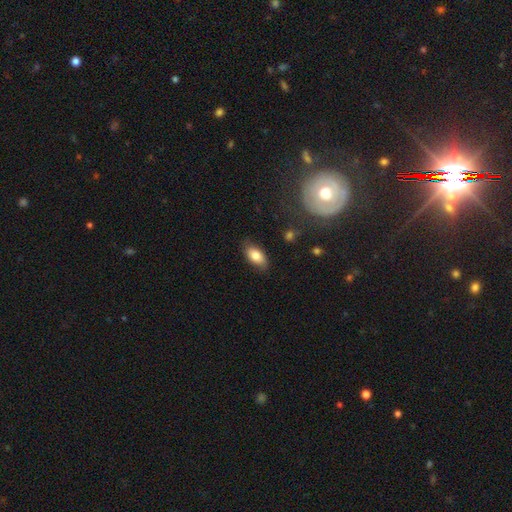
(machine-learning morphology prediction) Smooth or featured: smooth — 81% (featured or disk — 12%)
How rounded: in between — 92% (cigar-shaped — 5%)
Merging: none — 80% (minor disturbance — 15%)